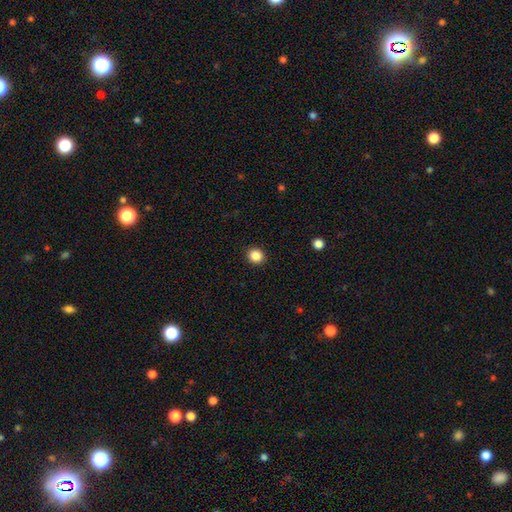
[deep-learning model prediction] A smooth galaxy with no disk features (86%) that is round (83%). Merging: none (92%).